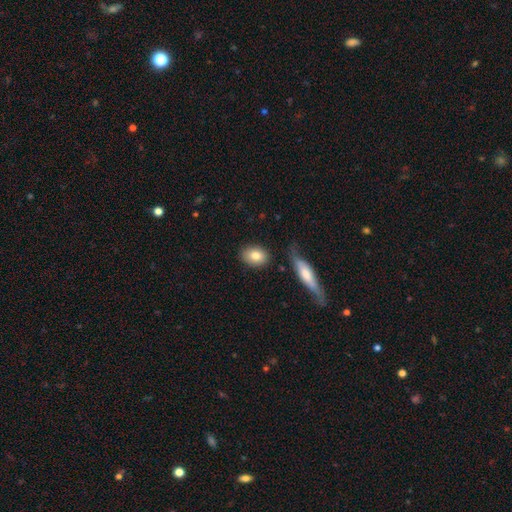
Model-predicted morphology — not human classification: This appears to be a smooth galaxy with no disk features (81%) that is in between round and cigar-shaped (71%). Merging: none (81%).